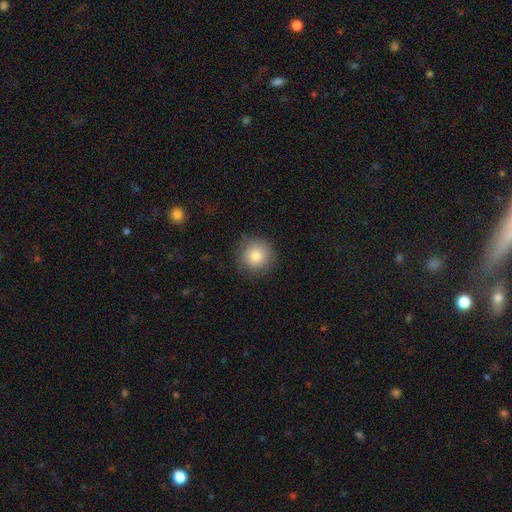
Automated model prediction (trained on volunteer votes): The model was most divided on "smooth or featured": smooth: 81%, star or artifact: 10%, featured or disk: 9%. More confident: how rounded — round (94%); merging — none (84%).